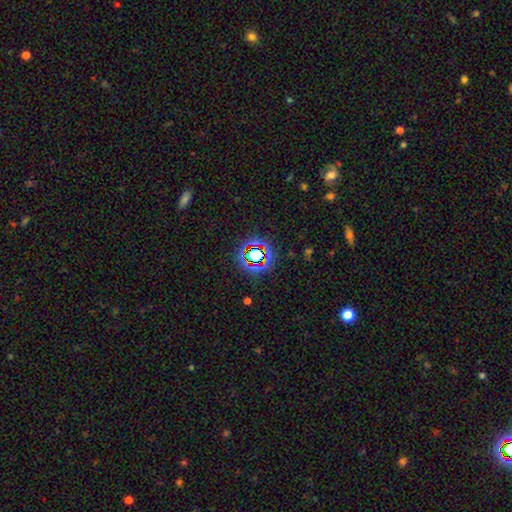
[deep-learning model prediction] Smooth or featured? star or artifact (65%)